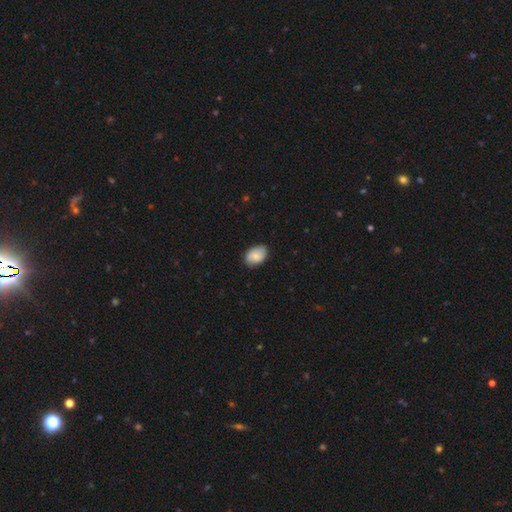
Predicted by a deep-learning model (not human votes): A smooth galaxy with no disk features (82%) that is in between round and cigar-shaped (84%). Merging: none (81%).